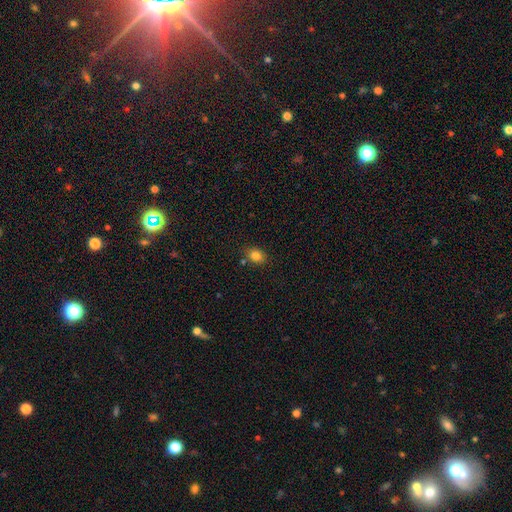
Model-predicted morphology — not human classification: The model was most divided on "how rounded": in between: 53%, round: 46%, cigar-shaped: 1%. More confident: smooth or featured — smooth (82%); merging — none (79%).